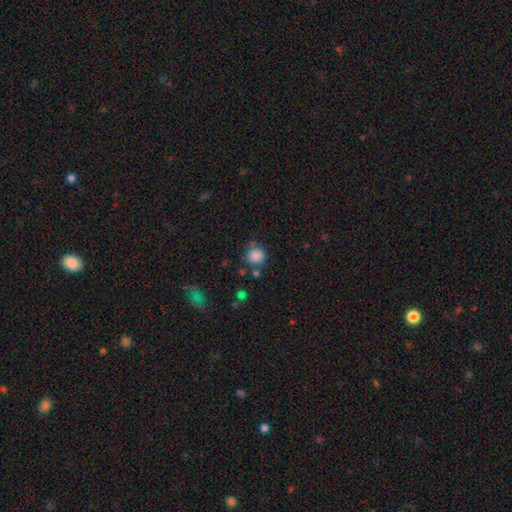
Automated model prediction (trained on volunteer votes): Smooth or featured? Predicted: smooth (p=0.84). How rounded? Predicted: round (p=0.87). Merging? Predicted: none (p=0.69).